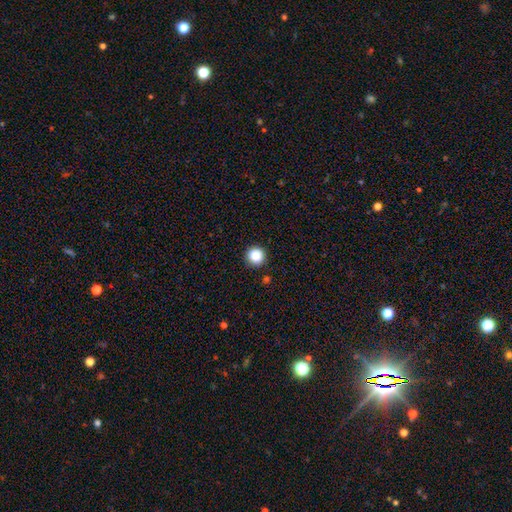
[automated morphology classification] Smooth or featured? Predicted: smooth (p=0.86). How rounded? Predicted: round (p=0.96). Merging? Predicted: none (p=0.92).